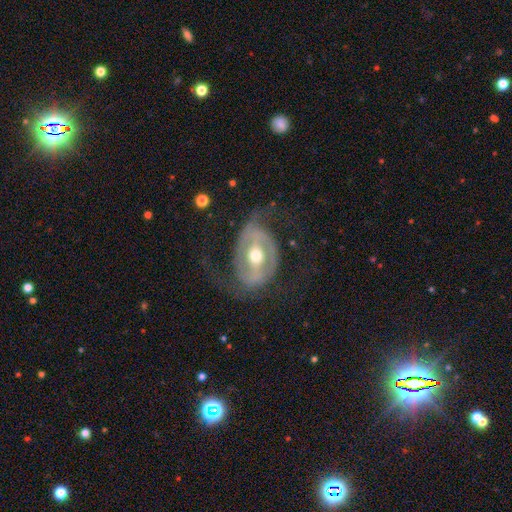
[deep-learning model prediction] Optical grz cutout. It shows a featured or disk galaxy (83%) with a strong bar (47%), 2 (83%) medium (43%) spiral arms (75%) and a moderate central bulge (75%). Merging: none (60%).